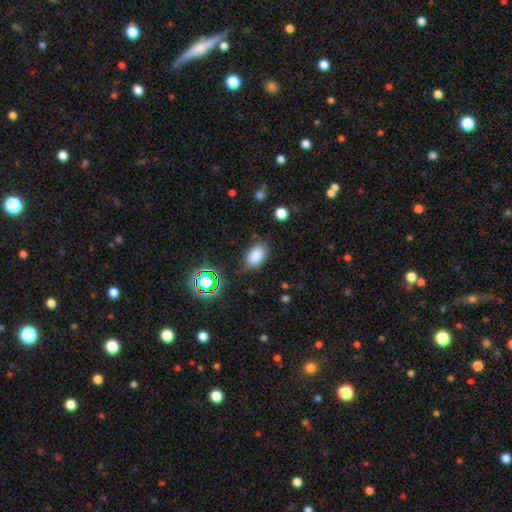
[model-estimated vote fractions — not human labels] smooth-or-featured: smooth: 83% | star or artifact: 12% | featured or disk: 5%
  how-rounded: in between: 89% | round: 10% | cigar-shaped: 2%
  merging: none: 79% | minor disturbance: 15% | major disturbance: 4% | merger: 2%